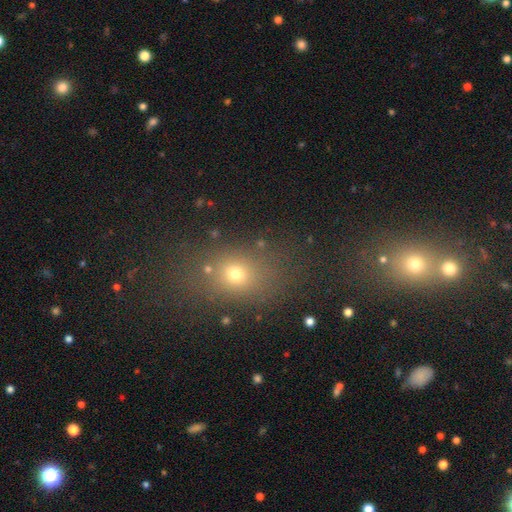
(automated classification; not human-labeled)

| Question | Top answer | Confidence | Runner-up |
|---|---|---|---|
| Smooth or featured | smooth | 51% | star or artifact (40%) |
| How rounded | in between | 49% | round (47%) |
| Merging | none | 73% | merger (11%) |